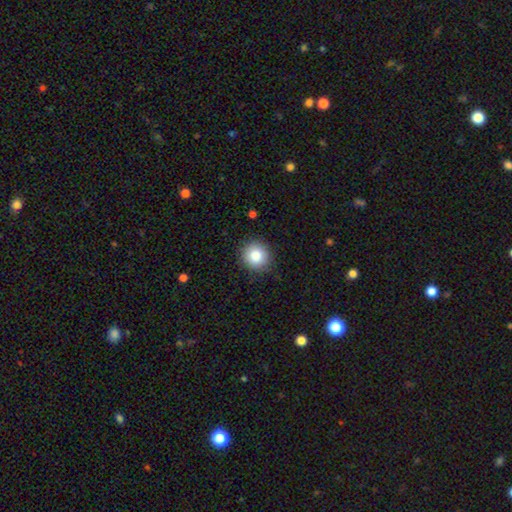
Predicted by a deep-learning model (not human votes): The model was most divided on "smooth or featured": smooth: 85%, star or artifact: 9%, featured or disk: 6%. More confident: how rounded — round (91%); merging — none (88%).